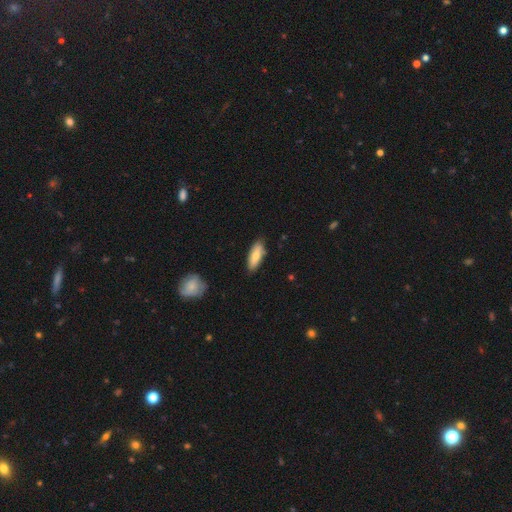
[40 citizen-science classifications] smooth-or-featured: smooth: 68% | featured or disk: 20% | star or artifact: 12%
  how-rounded: in between: 63% | cigar-shaped: 37% | round: 0%
  merging: none: 80% | minor disturbance: 14% | major disturbance: 3% | merger: 3%